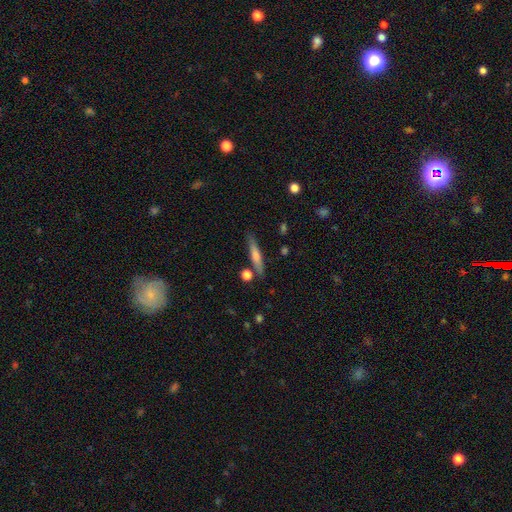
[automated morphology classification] The model was most divided on "smooth or featured": smooth: 52%, featured or disk: 41%, star or artifact: 7%. More confident: how rounded — cigar-shaped (89%); merging — none (81%).